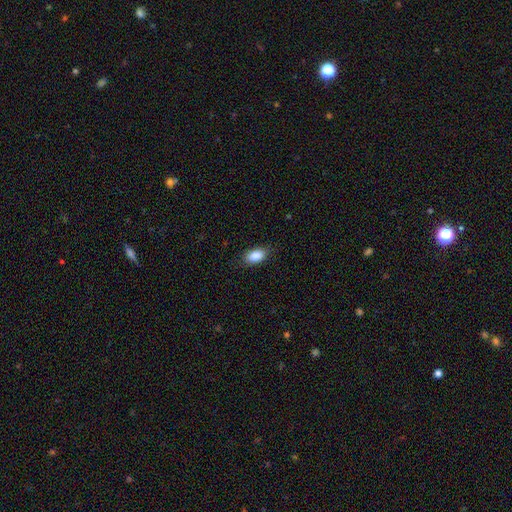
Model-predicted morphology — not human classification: A smooth galaxy with no disk features (89%) that is in between round and cigar-shaped (91%). Merging: none (83%).